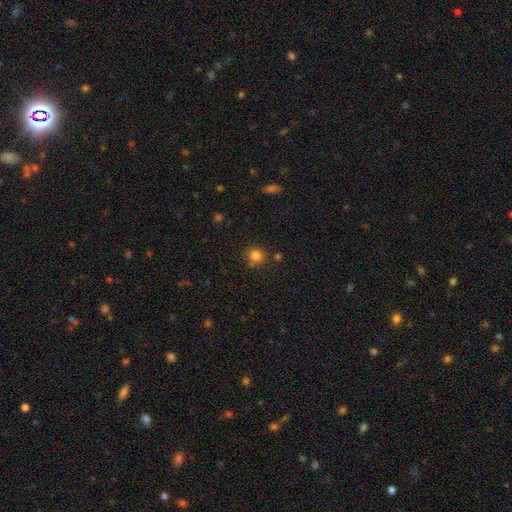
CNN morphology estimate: Q: Smooth or featured?
A: smooth (81%); runner-up: star or artifact (14%)
Q: How rounded?
A: round (90%); runner-up: in between (9%)
Q: Merging?
A: none (79%); runner-up: minor disturbance (11%)